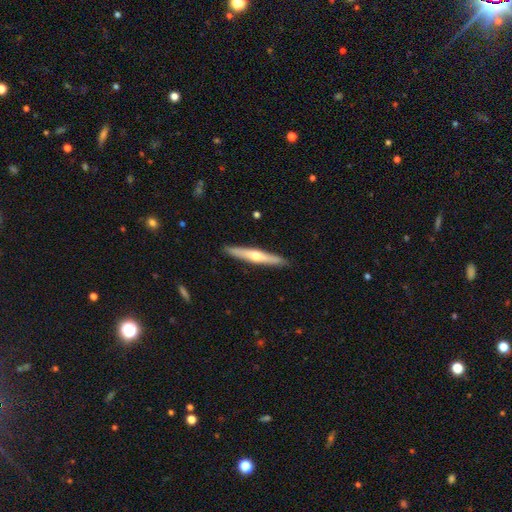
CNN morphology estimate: This is possibly a featured or disk galaxy (58%). It is clearly viewed edge-on (94%). Edge-on bulge: clearly rounded (87%). Merging: clearly none (90%).